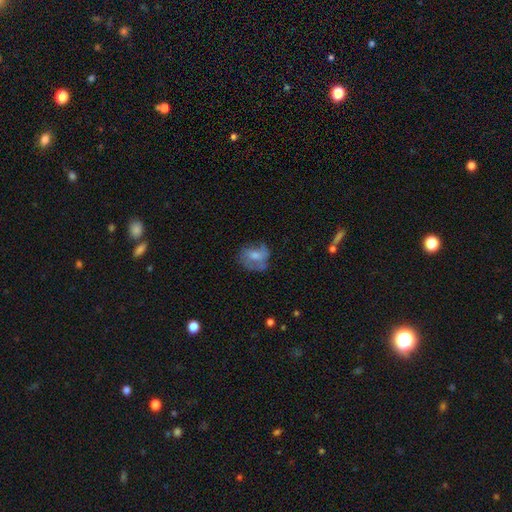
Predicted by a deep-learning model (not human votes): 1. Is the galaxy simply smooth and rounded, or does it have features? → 52% smooth, 38% featured or disk, 9% star or artifact.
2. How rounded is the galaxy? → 50% round, 48% in between, 2% cigar-shaped.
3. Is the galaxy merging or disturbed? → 50% none, 27% minor disturbance, 21% major disturbance, 3% merger.